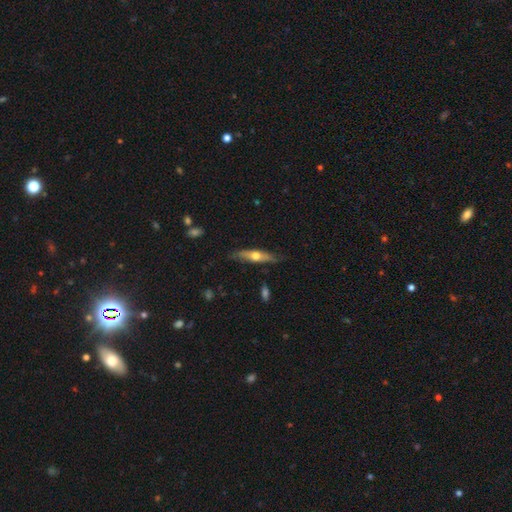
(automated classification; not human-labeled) A featured or disk galaxy (49%).

Vote fractions:
- Smooth or featured? featured or disk: 49% / smooth: 45% / star or artifact: 6%
- Merging? none: 76% / minor disturbance: 19% / major disturbance: 4% / merger: 2%